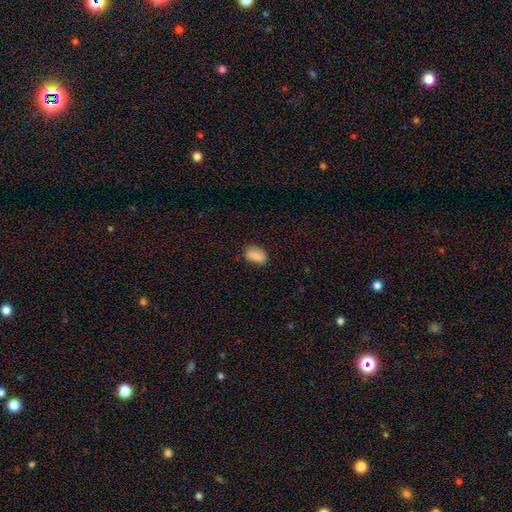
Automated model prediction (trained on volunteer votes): A smooth galaxy with no disk features (84%) that is in between round and cigar-shaped (87%). Merging: none (83%).